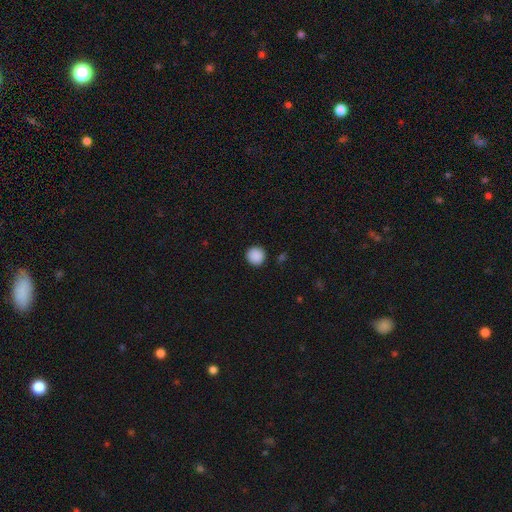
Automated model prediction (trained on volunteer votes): This appears to be a smooth galaxy with no disk features (89%) that is round (94%). Merging: none (92%).